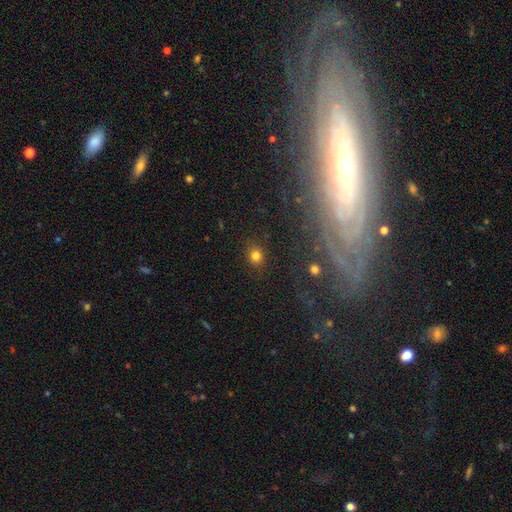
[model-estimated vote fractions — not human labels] Smooth or featured? Predicted: smooth (p=0.79). How rounded? Predicted: round (p=0.79). Merging? Predicted: none (p=0.87).